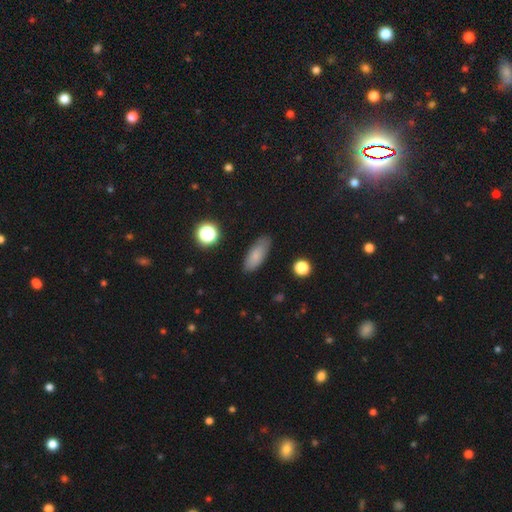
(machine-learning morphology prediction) smooth 79%, featured or disk 12%, star or artifact 9%. Down the decision tree: how rounded — in between (80%); merging — none (81%).